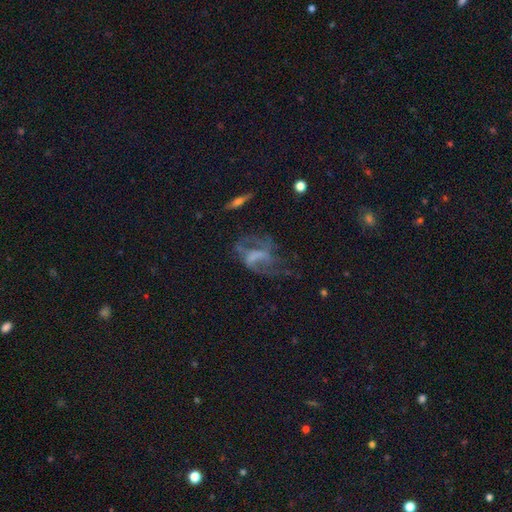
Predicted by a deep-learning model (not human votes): A featured or disk galaxy (63%) with no bar (49%), spiral arms (54%) and no central bulge (57%). Merging: major disturbance (42%).